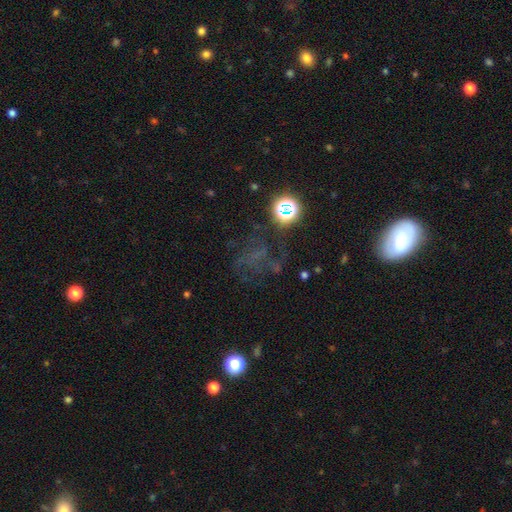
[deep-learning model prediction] Smooth or featured?
  - star or artifact: 41% *
  - smooth: 30%
  - featured or disk: 30%